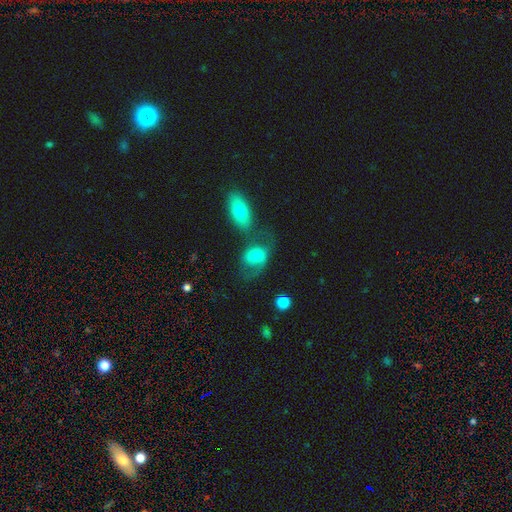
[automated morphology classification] Smooth or featured? smooth (62%)
How rounded? in between (69%)
Merging? none (34%)